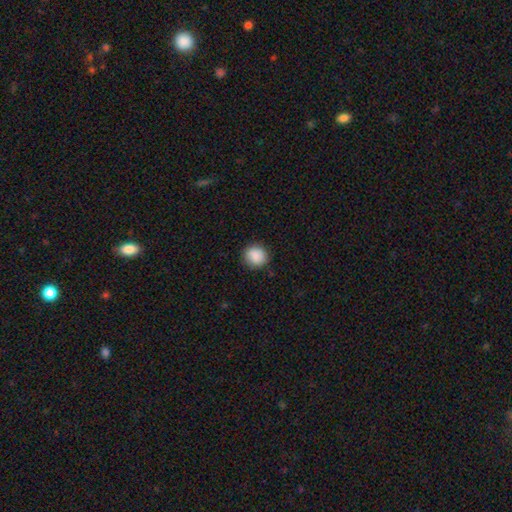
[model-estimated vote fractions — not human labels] Smooth or featured?
  - smooth: 87% *
  - star or artifact: 8%
  - featured or disk: 5%
How rounded?
  - round: 88% *
  - in between: 11%
  - cigar-shaped: 1%
Merging?
  - none: 86% *
  - minor disturbance: 10%
  - major disturbance: 3%
  - merger: 1%